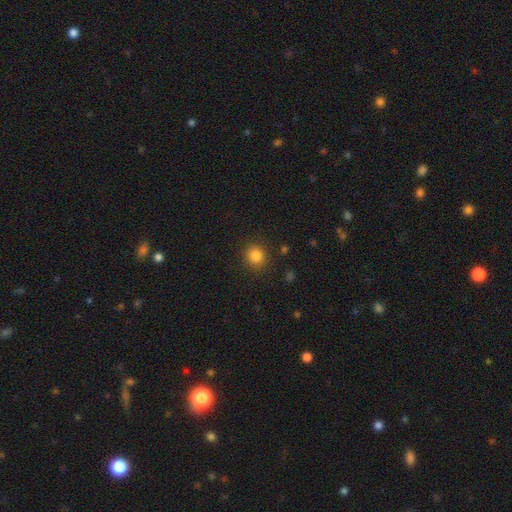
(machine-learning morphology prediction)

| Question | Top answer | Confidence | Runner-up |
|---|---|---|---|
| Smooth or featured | smooth | 83% | star or artifact (12%) |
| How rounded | round | 87% | in between (12%) |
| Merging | none | 88% | minor disturbance (7%) |